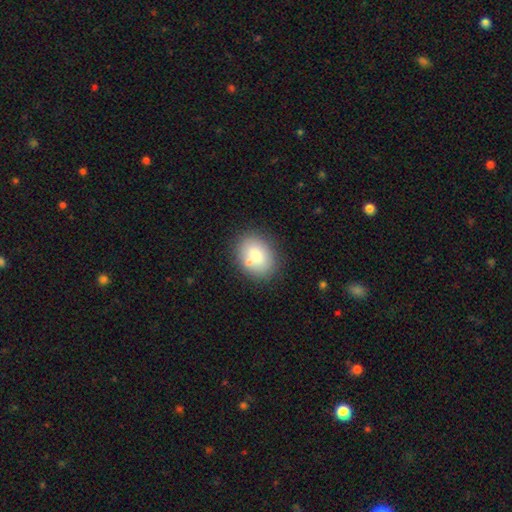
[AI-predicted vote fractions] Overall: smooth (81%). How rounded: in between (65%; round 33%). Merging: none (71%).